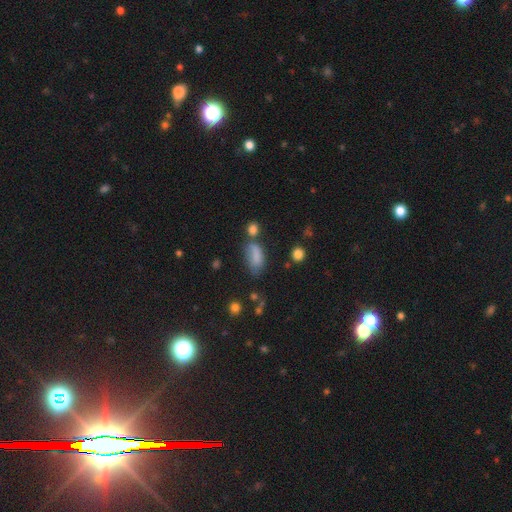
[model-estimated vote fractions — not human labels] smooth 76%, featured or disk 13%, star or artifact 12%. Down the decision tree: how rounded — in between (86%); merging — none (37%).